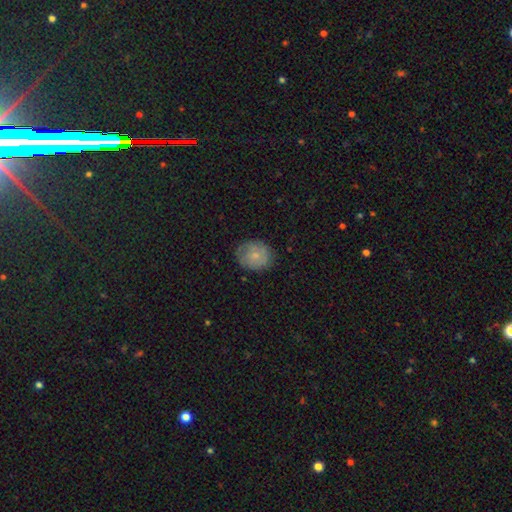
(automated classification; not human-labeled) Smooth or featured?
  - smooth: 70% *
  - featured or disk: 23%
  - star or artifact: 8%
How rounded?
  - round: 69% *
  - in between: 30%
  - cigar-shaped: 1%
Merging?
  - none: 76% *
  - minor disturbance: 18%
  - major disturbance: 5%
  - merger: 1%